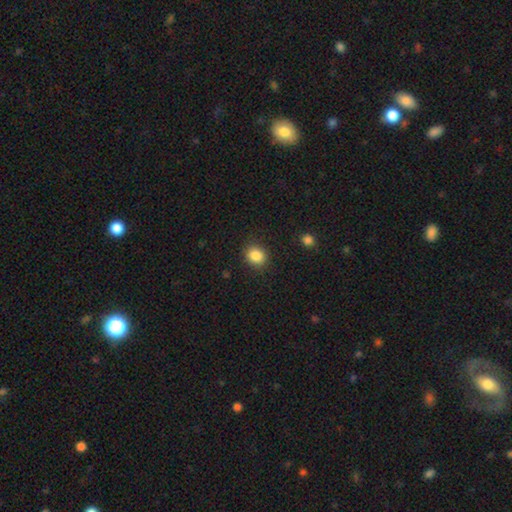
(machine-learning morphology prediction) This is clearly a smooth galaxy (86%). How rounded: likely round (66%). Merging: clearly none (87%).